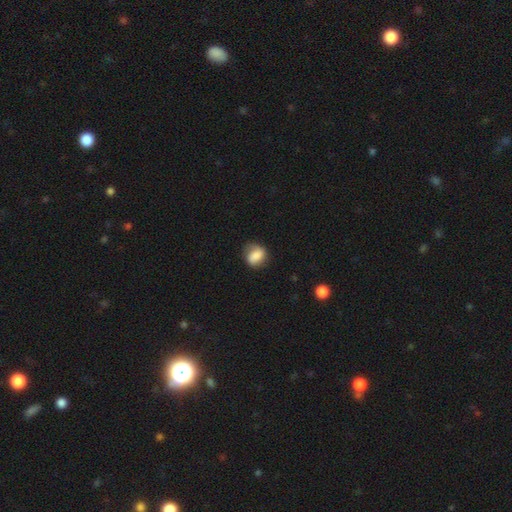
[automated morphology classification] type=smooth (72%); roundness=round (54%); merging=none (62%).